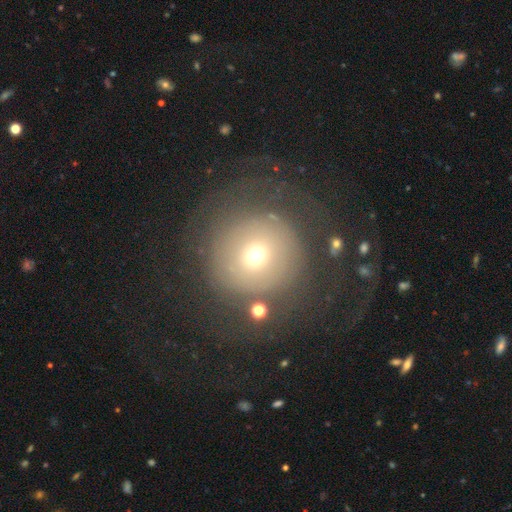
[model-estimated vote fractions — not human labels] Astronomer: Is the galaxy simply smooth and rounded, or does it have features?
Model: smooth — 46% (runner-up: featured or disk, 39%).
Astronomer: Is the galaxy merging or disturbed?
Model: none — 64%.